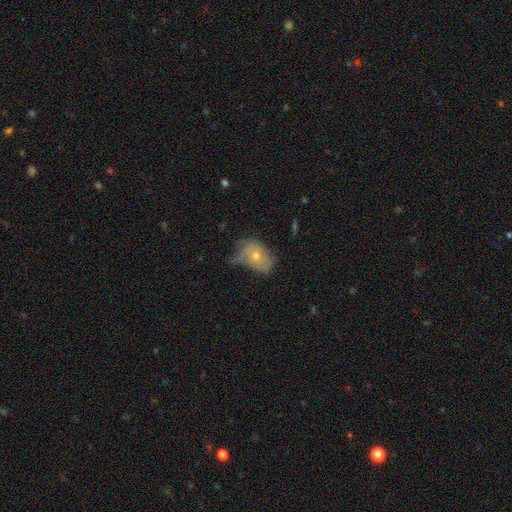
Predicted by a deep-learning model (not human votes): Smooth or featured? smooth (59%)
How rounded? in between (79%)
Merging? minor disturbance (40%)